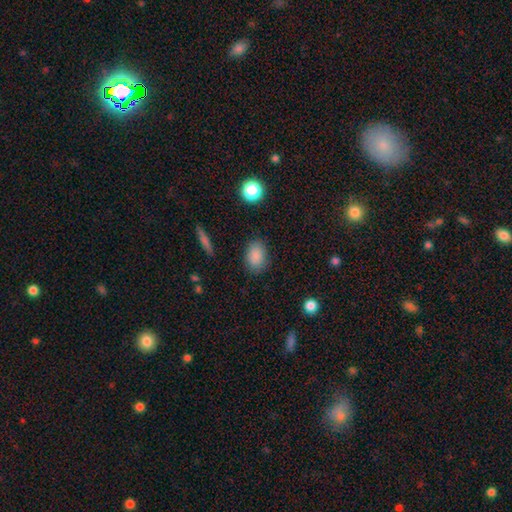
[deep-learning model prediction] Smooth or featured? smooth (86%)
How rounded? in between (82%)
Merging? none (84%)